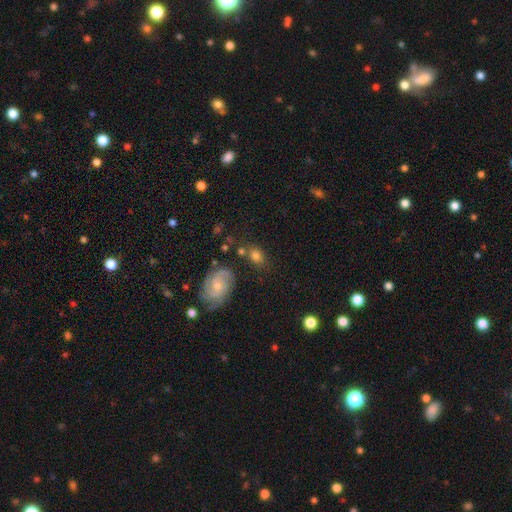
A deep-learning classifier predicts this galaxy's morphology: This is likely a smooth galaxy (68%). How rounded: possibly in between (59%). Merging: likely none (69%).